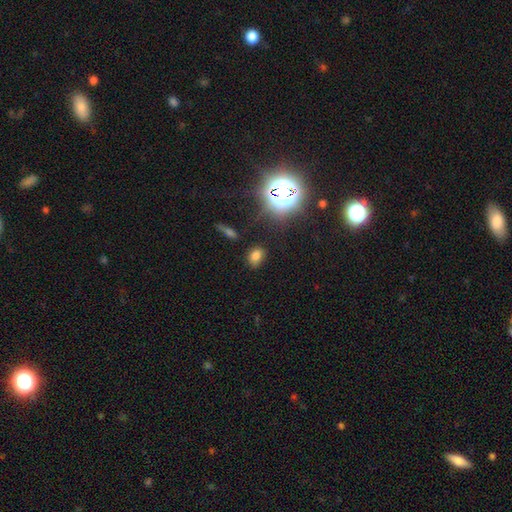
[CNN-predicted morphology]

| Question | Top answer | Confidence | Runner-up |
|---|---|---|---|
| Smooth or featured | smooth | 71% | star or artifact (22%) |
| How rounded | in between | 66% | round (32%) |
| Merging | none | 78% | minor disturbance (14%) |